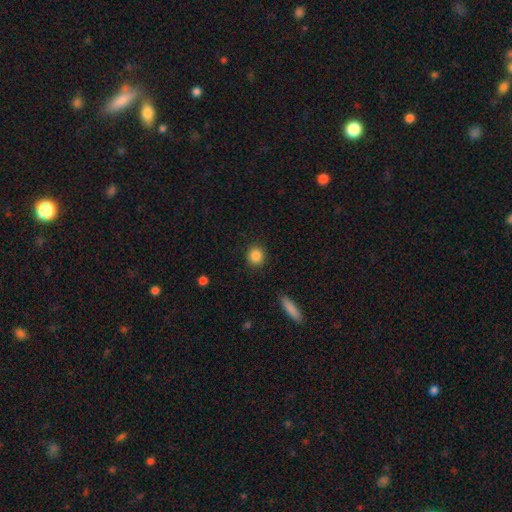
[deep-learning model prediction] Overall: smooth (87%). How rounded: round (87%). Merging: none (91%).